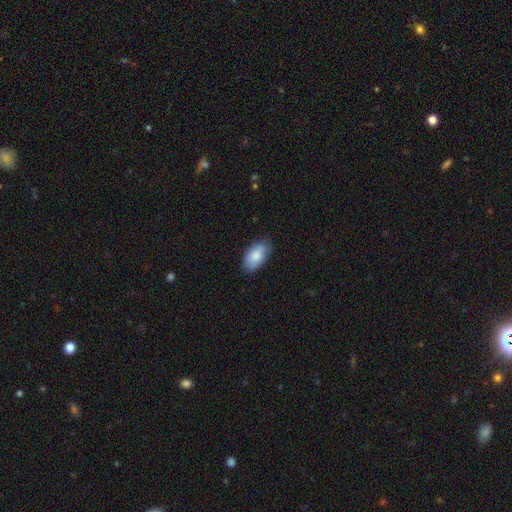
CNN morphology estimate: Smooth or featured?
  - smooth: 85% *
  - featured or disk: 8%
  - star or artifact: 6%
How rounded?
  - in between: 94% *
  - round: 3%
  - cigar-shaped: 3%
Merging?
  - none: 76% *
  - minor disturbance: 19%
  - major disturbance: 3%
  - merger: 1%